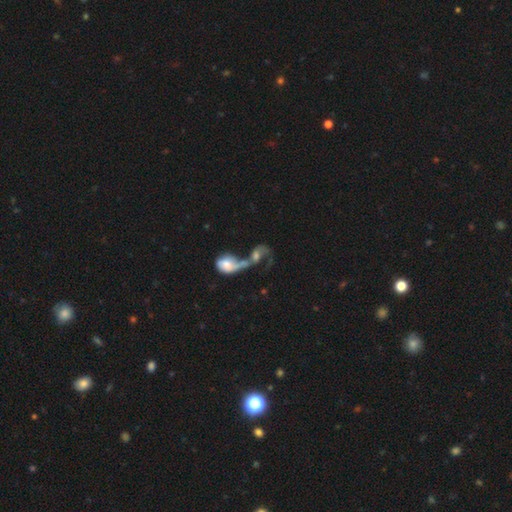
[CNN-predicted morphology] This is likely a featured or disk galaxy (62%). It is clearly not viewed edge-on (94%). Bar: likely no (65%). Spiral arm pattern: likely yes (76%). Central bulge: possibly moderate (48%). Merging: likely merger (74%).